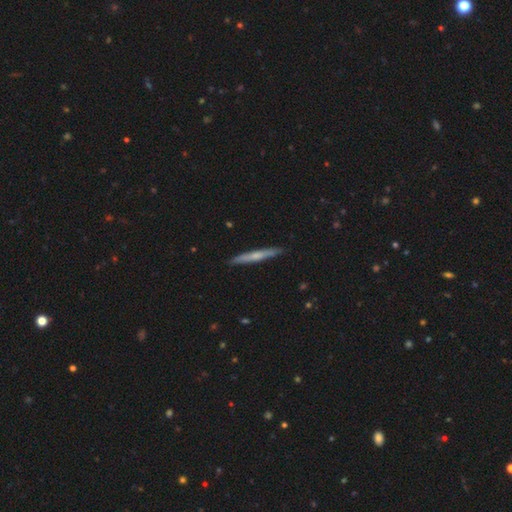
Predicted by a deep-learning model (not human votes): This appears to be a featured or disk galaxy (48%). Merging: none (90%).